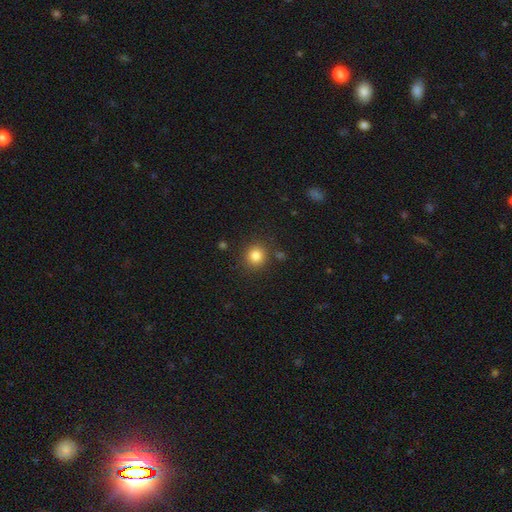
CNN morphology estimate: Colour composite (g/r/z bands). It shows a smooth galaxy with no disk features (83%) that is round (89%). Merging: none (86%).